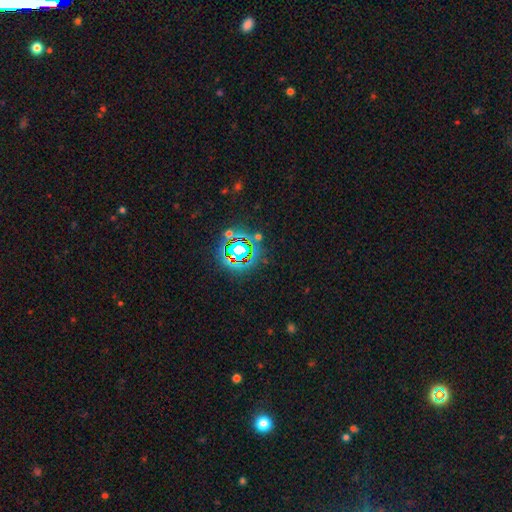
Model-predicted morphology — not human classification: smooth-or-featured: star or artifact: 79% | smooth: 12% | featured or disk: 9%